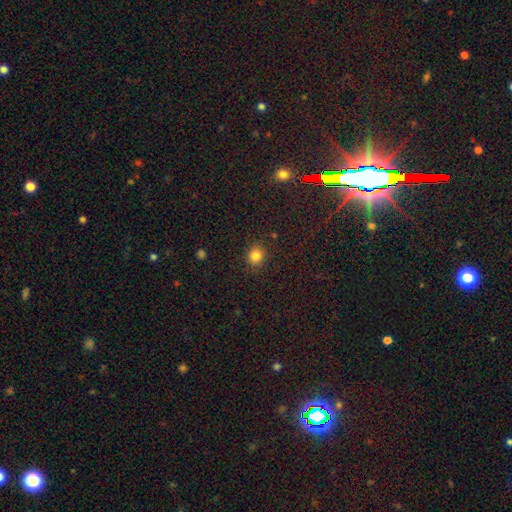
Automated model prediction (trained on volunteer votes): This is clearly a smooth galaxy (82%). How rounded: clearly round (80%). Merging: clearly none (87%).